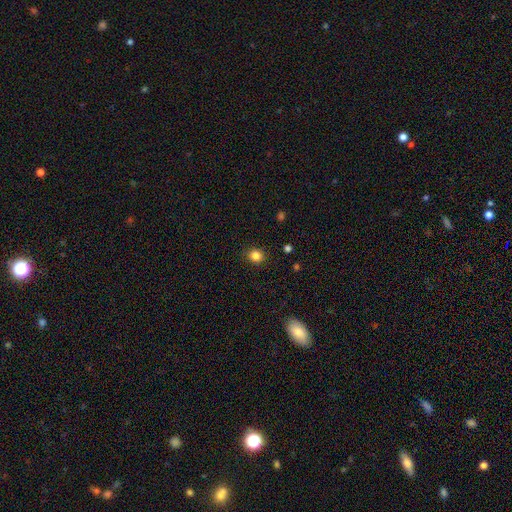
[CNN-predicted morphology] smooth-or-featured: smooth: 85% | star or artifact: 11% | featured or disk: 4%
  how-rounded: round: 81% | in between: 18% | cigar-shaped: 1%
  merging: none: 89% | minor disturbance: 7% | major disturbance: 2% | merger: 1%